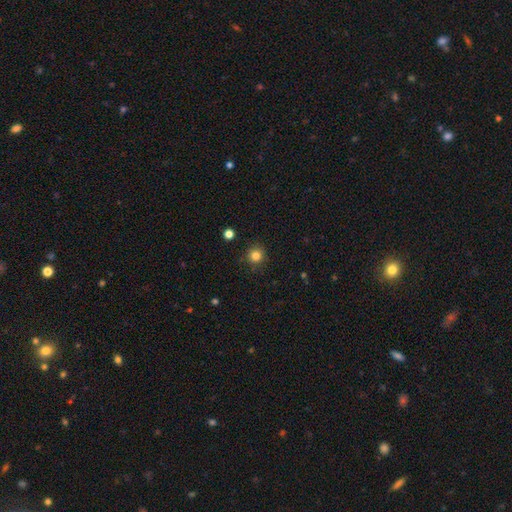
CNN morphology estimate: Smooth or featured? Predicted: smooth (p=0.83). How rounded? Predicted: round (p=0.93). Merging? Predicted: none (p=0.89).